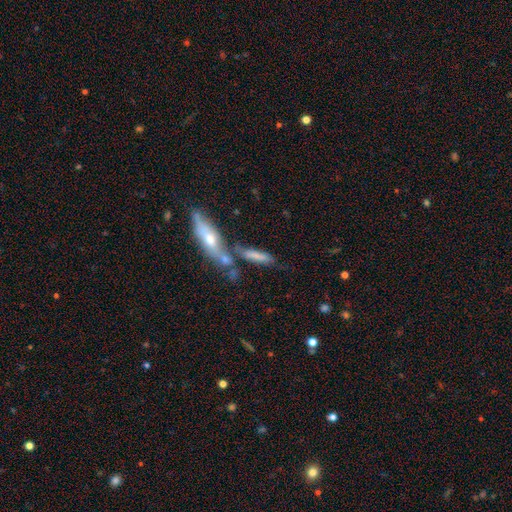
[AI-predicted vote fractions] smooth-or-featured: smooth: 59% | featured or disk: 31% | star or artifact: 9%
  how-rounded: cigar-shaped: 70% | in between: 27% | round: 3%
  merging: merger: 47% | none: 34% | minor disturbance: 12% | major disturbance: 7%